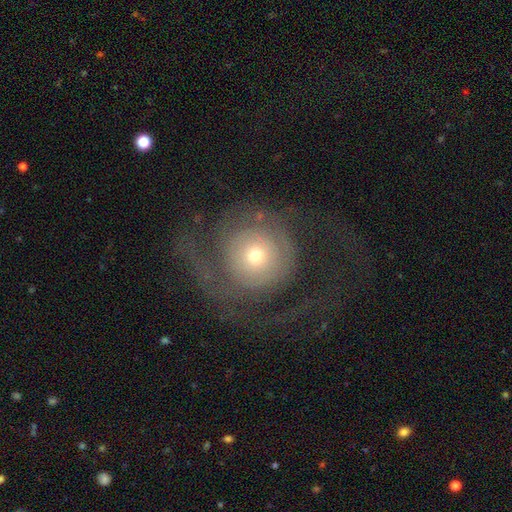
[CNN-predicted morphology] featured or disk 58%, smooth 33%, star or artifact 9%. Down the decision tree: edge-on disk — no (96%); bar — no (86%); spiral arms — yes (65%); bulge size — small (54%); merging — none (45%).